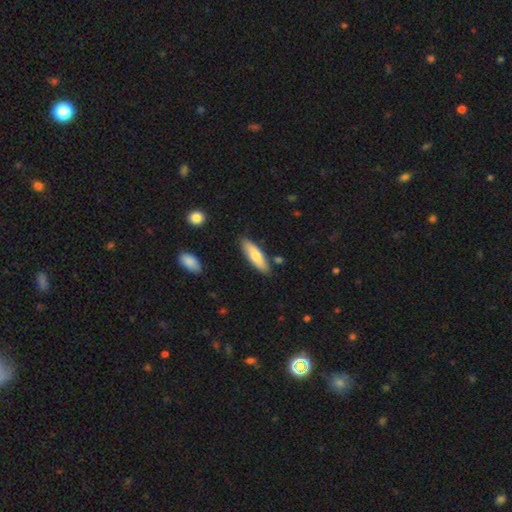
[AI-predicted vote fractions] smooth 71%, featured or disk 23%, star or artifact 5%. Down the decision tree: how rounded — cigar-shaped (55%); merging — none (84%).